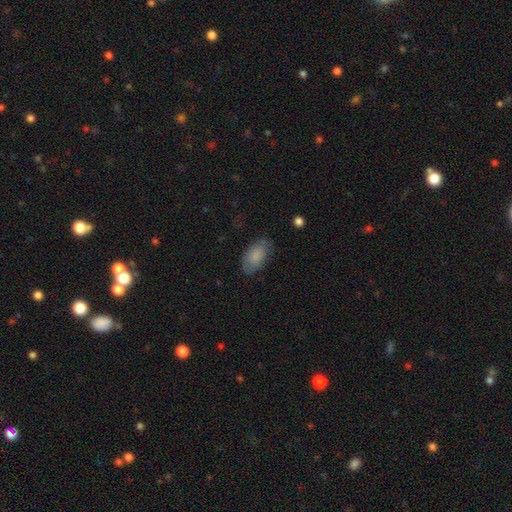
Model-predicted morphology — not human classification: This is clearly a smooth galaxy (83%). How rounded: clearly in between (94%). Merging: likely none (78%).